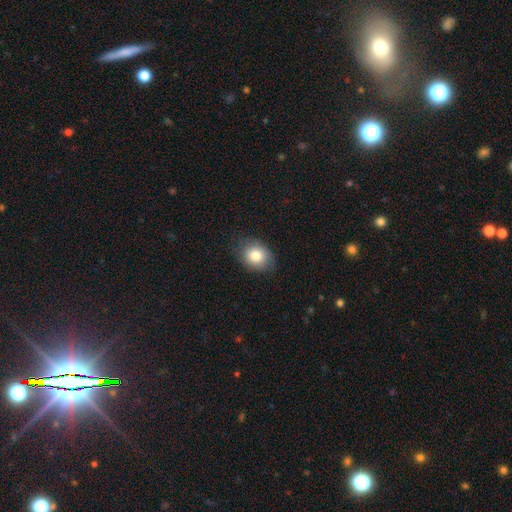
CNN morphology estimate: The model was most divided on "how rounded": in between: 56%, round: 43%, cigar-shaped: 1%. More confident: smooth or featured — smooth (80%); merging — none (78%).